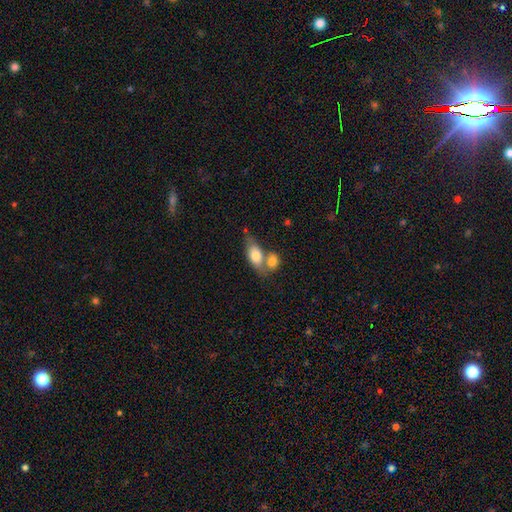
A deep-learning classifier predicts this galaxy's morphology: Q: Smooth or featured?
A: smooth (75%); runner-up: featured or disk (19%)
Q: How rounded?
A: in between (85%); runner-up: round (9%)
Q: Merging?
A: merger (56%); runner-up: none (28%)